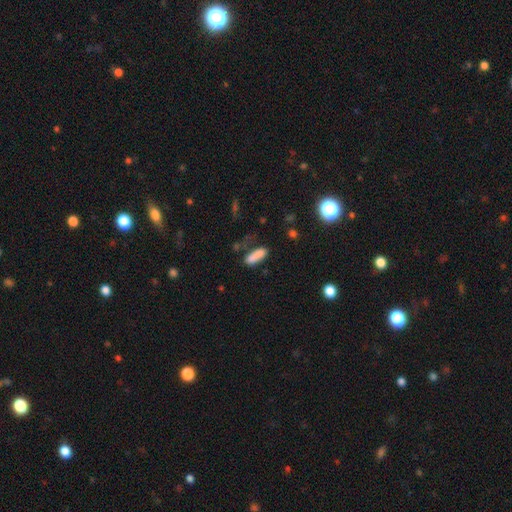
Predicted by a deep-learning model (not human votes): This appears to be a smooth galaxy with no disk features (83%) that is in between round and cigar-shaped (58%). Merging: none (58%).